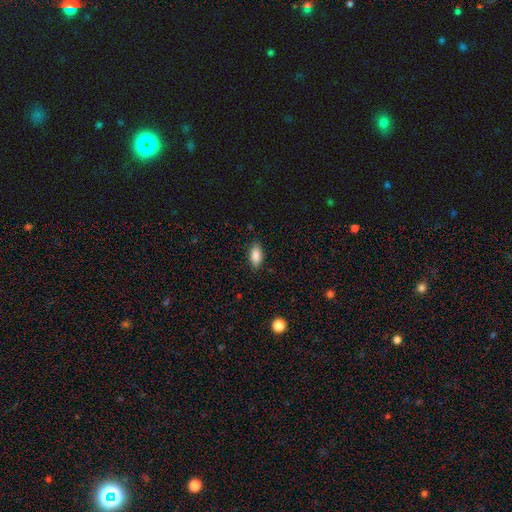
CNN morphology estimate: Smooth or featured: smooth — 88% (star or artifact — 7%)
How rounded: in between — 91% (cigar-shaped — 6%)
Merging: none — 85% (minor disturbance — 11%)